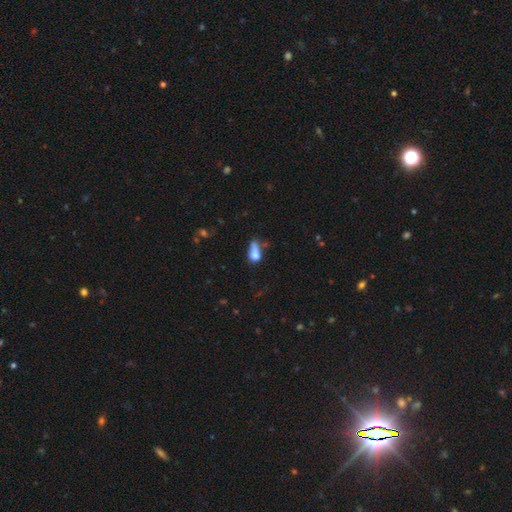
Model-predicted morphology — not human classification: Smooth or featured: smooth — 71% (featured or disk — 17%)
How rounded: in between — 72% (round — 15%)
Merging: minor disturbance — 29% (major disturbance — 27%)